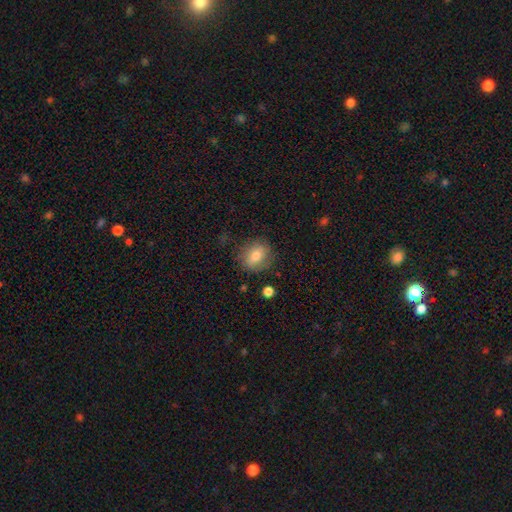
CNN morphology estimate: Smooth or featured? smooth (74%)
How rounded? round (52%)
Merging? none (79%)